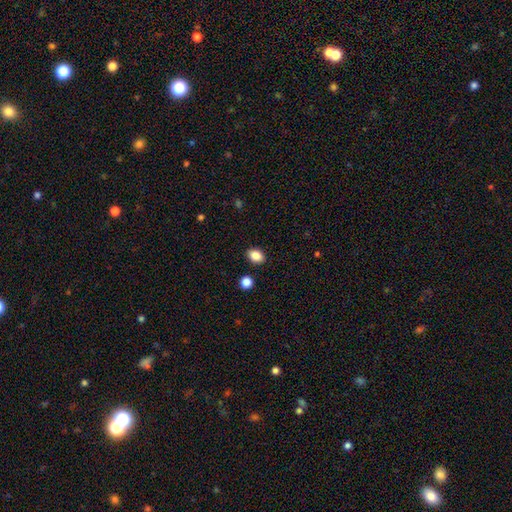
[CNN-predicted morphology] smooth 87%, star or artifact 9%, featured or disk 4%. Down the decision tree: how rounded — in between (72%); merging — none (88%).